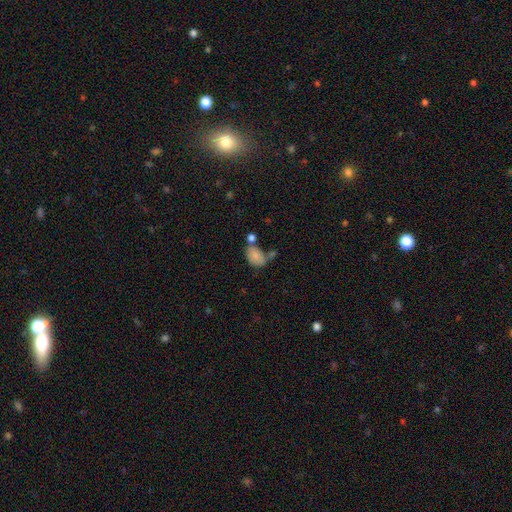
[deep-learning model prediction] smooth 81%, featured or disk 11%, star or artifact 9%. Down the decision tree: how rounded — in between (85%); merging — none (38%).